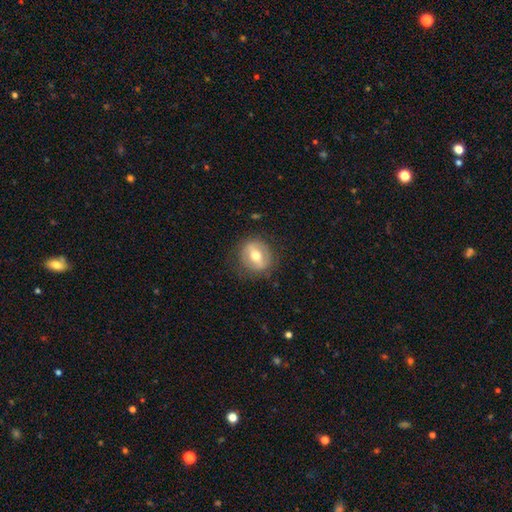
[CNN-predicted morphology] This is possibly a featured or disk galaxy (50%). Merging: clearly none (81%).